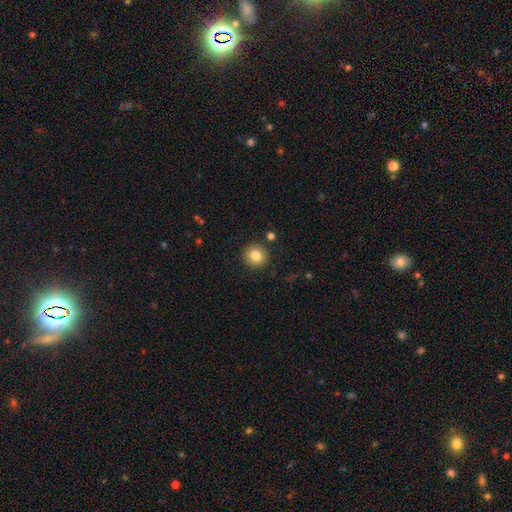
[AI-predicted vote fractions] smooth 82%, star or artifact 10%, featured or disk 8%. Down the decision tree: how rounded — round (93%); merging — none (90%).